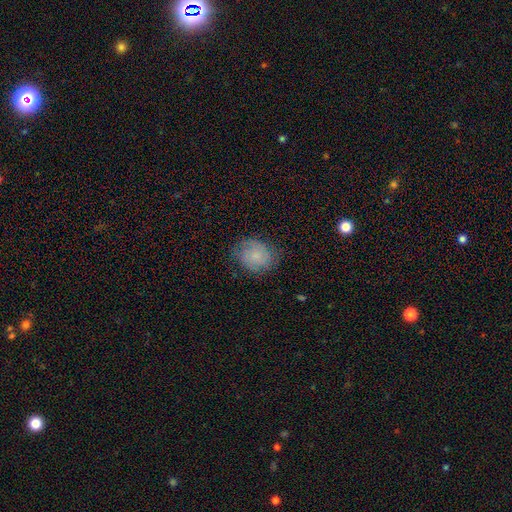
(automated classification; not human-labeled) This is likely a smooth galaxy (68%). How rounded: possibly round (55%). Merging: likely none (70%).